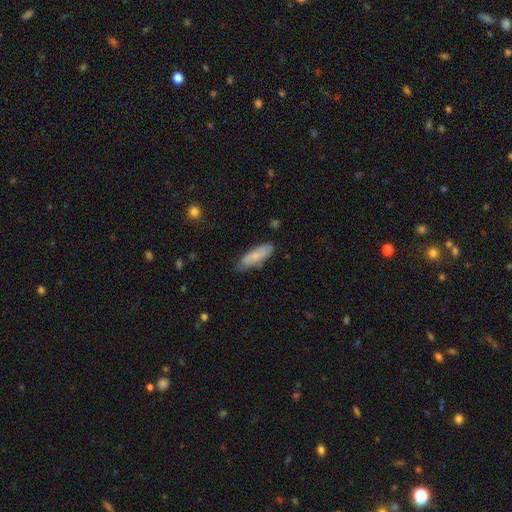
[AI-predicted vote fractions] This appears to be a smooth galaxy with no disk features (75%) that is in between round and cigar-shaped (60%). Merging: none (77%).